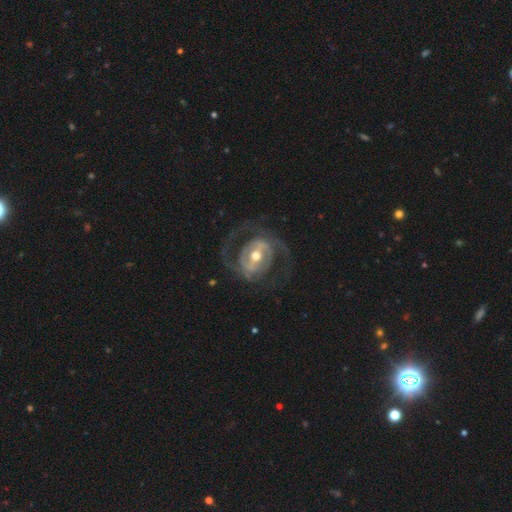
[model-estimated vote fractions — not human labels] Smooth or featured? featured or disk (87%)
Edge-on disk? no (97%)
Bar? strong (42%)
Spiral arms? yes (88%)
Spiral winding? medium (49%)
Spiral arm count? 2 (81%)
Bulge size? moderate (73%)
Merging? none (70%)